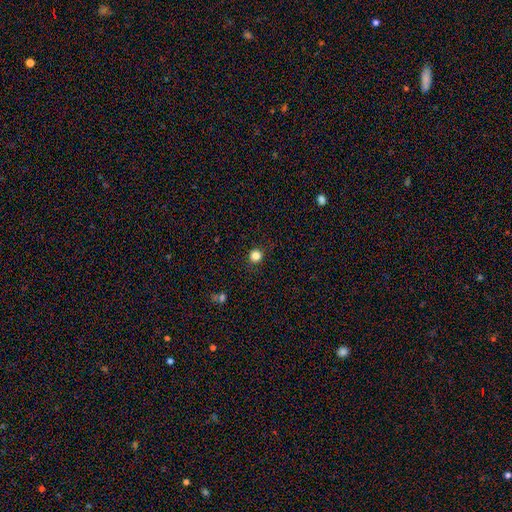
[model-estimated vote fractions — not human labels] smooth 83%, star or artifact 12%, featured or disk 4%. Down the decision tree: how rounded — round (94%); merging — none (90%).